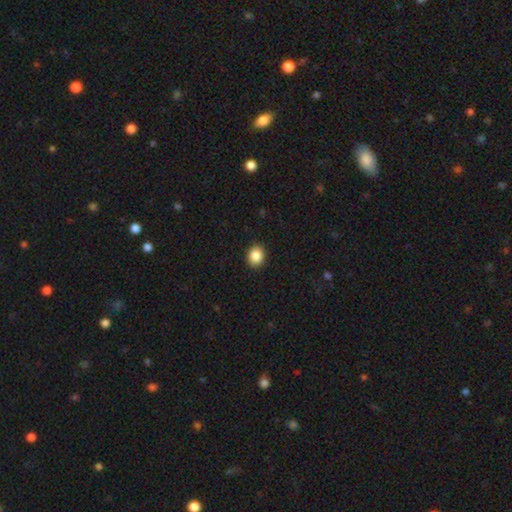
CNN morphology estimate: This appears to be a smooth galaxy with no disk features (88%) that is round (61%). Merging: none (91%).